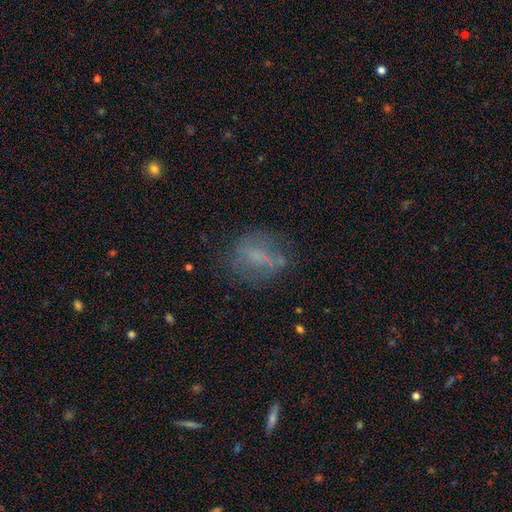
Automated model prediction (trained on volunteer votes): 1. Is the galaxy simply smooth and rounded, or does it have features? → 49% smooth, 36% featured or disk, 15% star or artifact.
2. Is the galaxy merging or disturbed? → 60% none, 21% minor disturbance, 15% major disturbance, 3% merger.